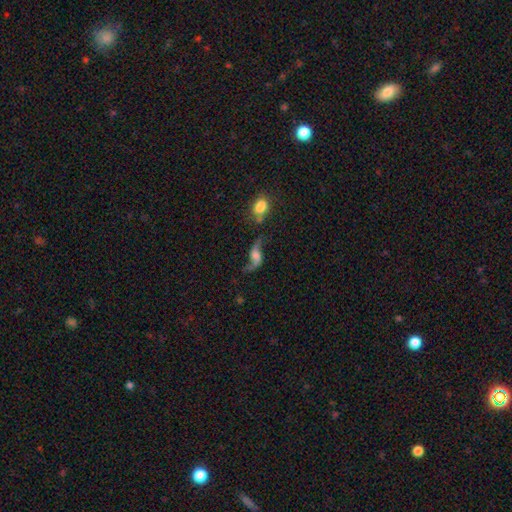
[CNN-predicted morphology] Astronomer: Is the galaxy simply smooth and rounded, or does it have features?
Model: featured or disk — 82%.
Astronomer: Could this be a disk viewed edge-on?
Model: no — 94%.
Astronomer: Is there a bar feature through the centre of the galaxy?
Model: no — 55% (runner-up: weak, 35%).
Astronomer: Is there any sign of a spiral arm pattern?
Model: yes — 95%.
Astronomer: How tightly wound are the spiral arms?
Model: loose — 90%.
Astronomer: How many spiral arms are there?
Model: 2 — 91%.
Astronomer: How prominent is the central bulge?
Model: moderate — 29% (runner-up: none, 24%).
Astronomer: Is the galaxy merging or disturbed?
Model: none — 59%.